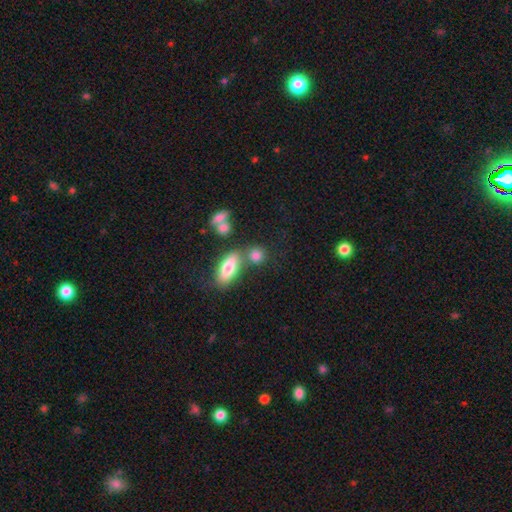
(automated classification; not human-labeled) smooth 80%, star or artifact 11%, featured or disk 9%. Down the decision tree: how rounded — round (62%); merging — none (58%).